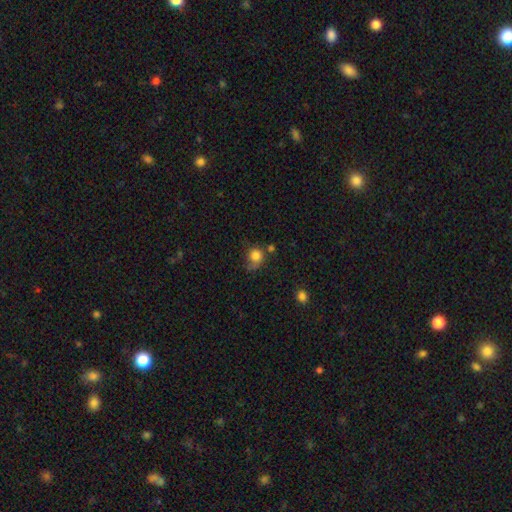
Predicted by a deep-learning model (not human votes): Overall: smooth (81%). How rounded: round (80%). Merging: none (46%; minor disturbance 28%).